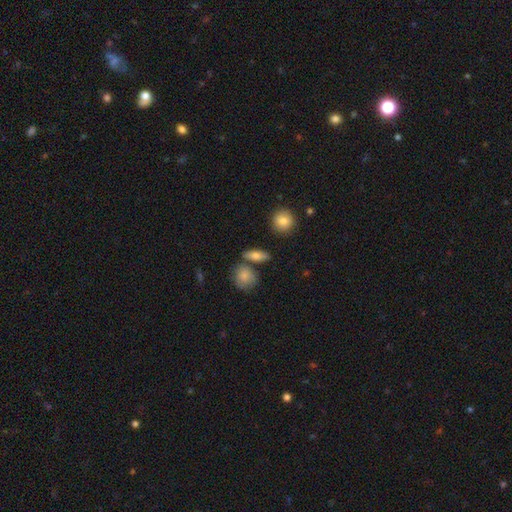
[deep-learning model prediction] Morphology: type=smooth (75%); roundness=in between (63%); merging=none (75%).